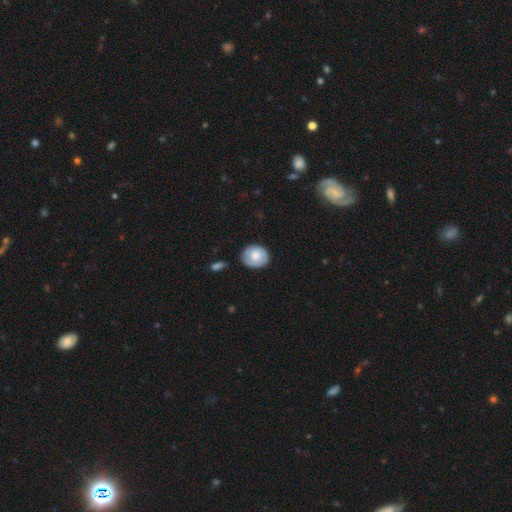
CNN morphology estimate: This appears to be a smooth galaxy with no disk features (63%) that is round (63%). Merging: none (73%).